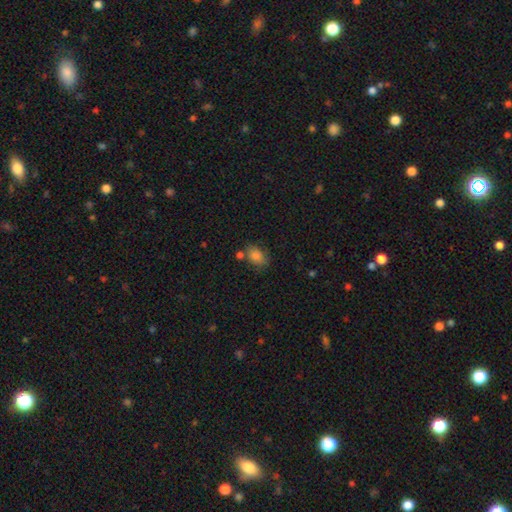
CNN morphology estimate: Smooth or featured?
  - smooth: 82% *
  - star or artifact: 9%
  - featured or disk: 8%
How rounded?
  - in between: 74% *
  - round: 24%
  - cigar-shaped: 1%
Merging?
  - none: 65% *
  - minor disturbance: 18%
  - merger: 13%
  - major disturbance: 5%